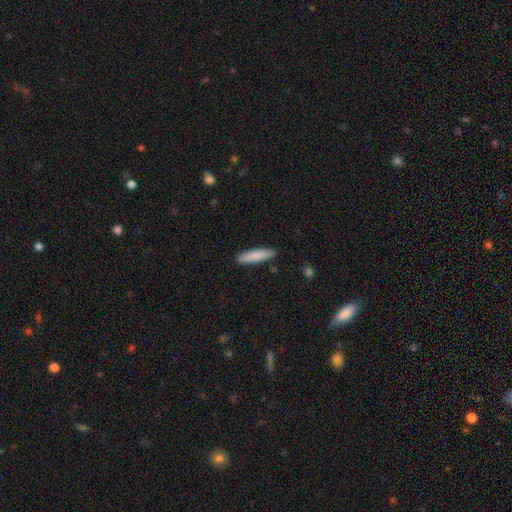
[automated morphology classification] smooth_or_featured: smooth (p=0.84) [alt: featured or disk p=0.10]
how_rounded: cigar-shaped (p=0.83) [alt: in between p=0.16]
merging: none (p=0.89) [alt: minor disturbance p=0.08]